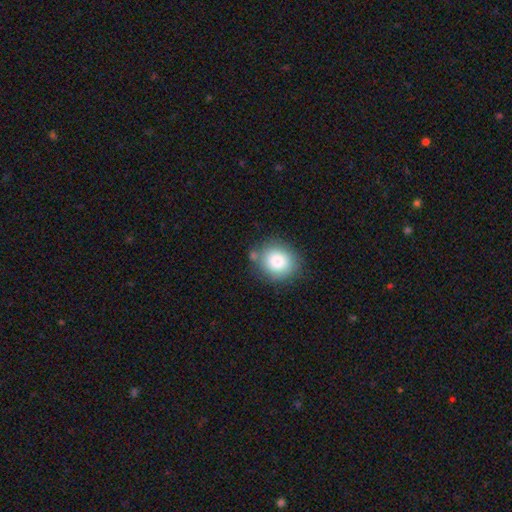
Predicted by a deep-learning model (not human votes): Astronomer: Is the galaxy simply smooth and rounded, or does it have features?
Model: smooth — 82%.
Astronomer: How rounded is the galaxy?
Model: round — 77%.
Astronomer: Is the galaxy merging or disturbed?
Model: none — 79%.